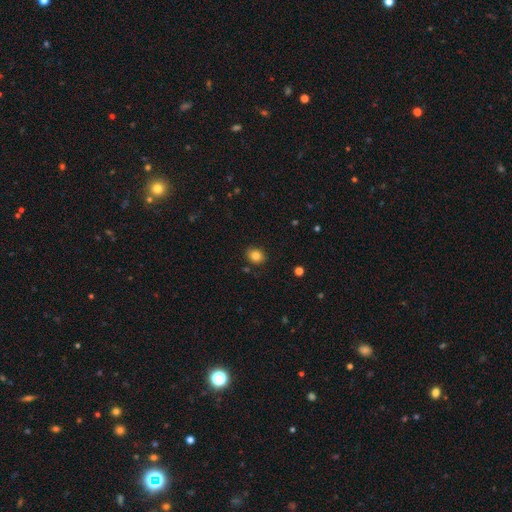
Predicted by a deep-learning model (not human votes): The model was most divided on "how rounded": round: 52%, in between: 47%, cigar-shaped: 1%. More confident: merging — none (86%); smooth or featured — smooth (83%).